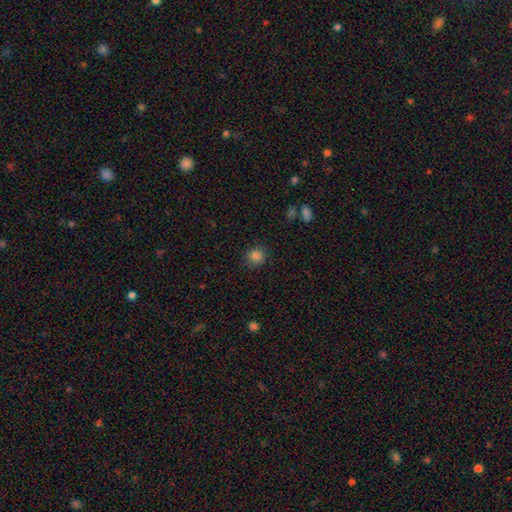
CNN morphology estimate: Smooth or featured? Predicted: smooth (p=0.85). How rounded? Predicted: round (p=0.89). Merging? Predicted: none (p=0.86).